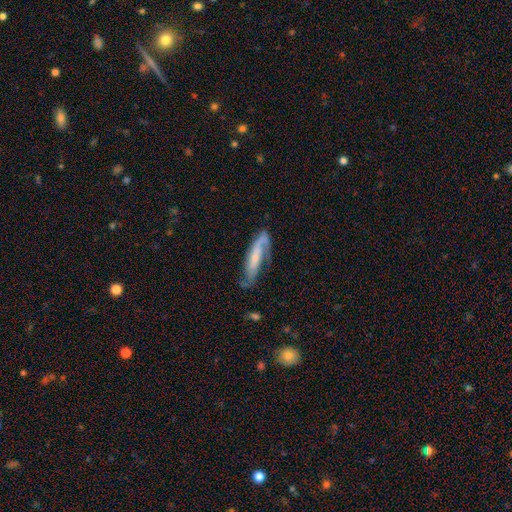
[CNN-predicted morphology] Overall: featured or disk (68%). Edge-on disk: no (77%). Bar: no (42%; weak 33%). Spiral arms: yes (90%). Bulge size: small (53%; moderate 26%). Merging: none (57%; minor disturbance 25%).